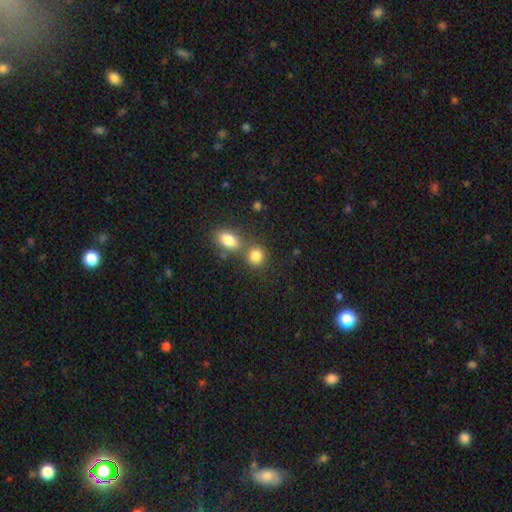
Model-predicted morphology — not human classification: A smooth galaxy with no disk features (83%) that is round (69%).

Vote fractions:
- Smooth or featured? smooth: 83% / star or artifact: 10% / featured or disk: 7%
- How rounded? round: 69% / in between: 29% / cigar-shaped: 1%
- Merging? none: 54% / merger: 34% / minor disturbance: 9% / major disturbance: 4%